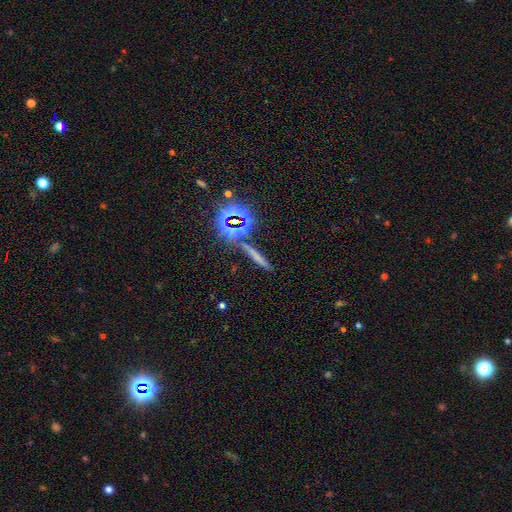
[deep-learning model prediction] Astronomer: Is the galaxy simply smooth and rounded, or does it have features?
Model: smooth — 52% (runner-up: star or artifact, 28%).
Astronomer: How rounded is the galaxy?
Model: cigar-shaped — 87%.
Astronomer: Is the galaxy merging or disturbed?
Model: none — 81%.